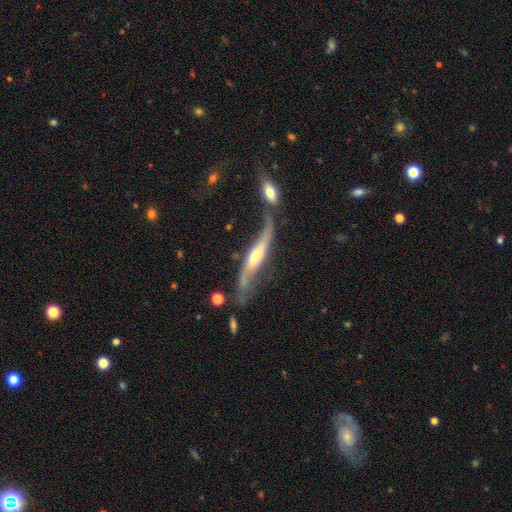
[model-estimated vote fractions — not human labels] Smooth or featured? featured or disk (80%)
Edge-on disk? yes (60%)
Merging? none (41%)